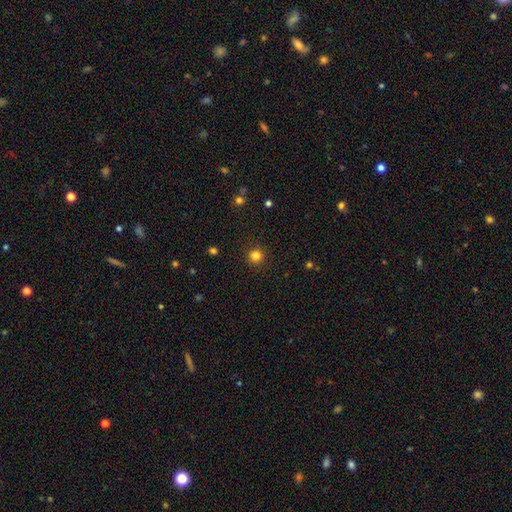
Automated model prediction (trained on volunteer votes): Overall: smooth (83%). How rounded: round (95%). Merging: none (92%).